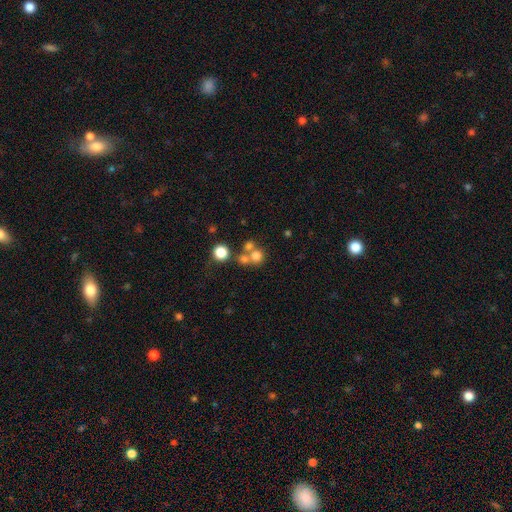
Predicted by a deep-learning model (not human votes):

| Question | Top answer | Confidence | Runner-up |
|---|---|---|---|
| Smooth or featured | smooth | 69% | star or artifact (16%) |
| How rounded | round | 86% | in between (13%) |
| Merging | none | 47% | merger (41%) |